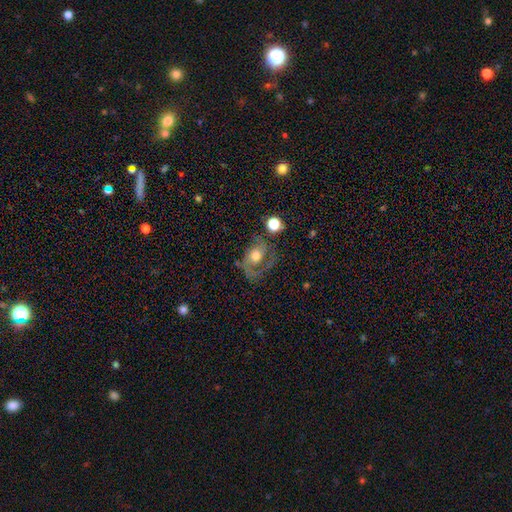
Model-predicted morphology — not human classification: This is likely a featured or disk galaxy (67%). It is clearly not viewed edge-on (97%). Bar: likely no (69%). Spiral arm pattern: clearly yes (83%). Spiral arm count: likely 2 (66%). Spiral winding: possibly medium (49%). Central bulge: likely moderate (62%). Merging: possibly none (50%).